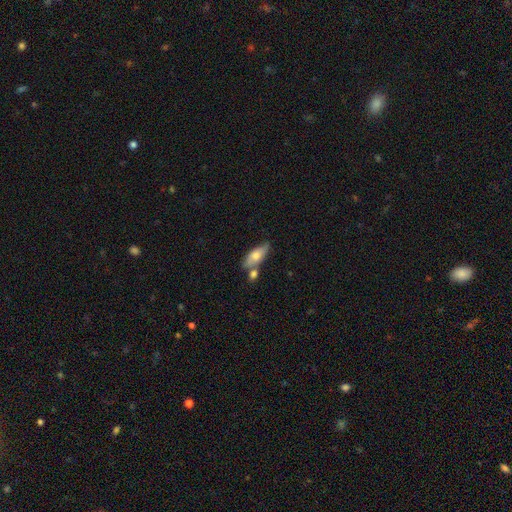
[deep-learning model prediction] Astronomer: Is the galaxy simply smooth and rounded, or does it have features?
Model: smooth — 68%.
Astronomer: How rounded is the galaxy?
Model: in between — 75%.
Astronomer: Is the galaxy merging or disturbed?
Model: none — 56%.